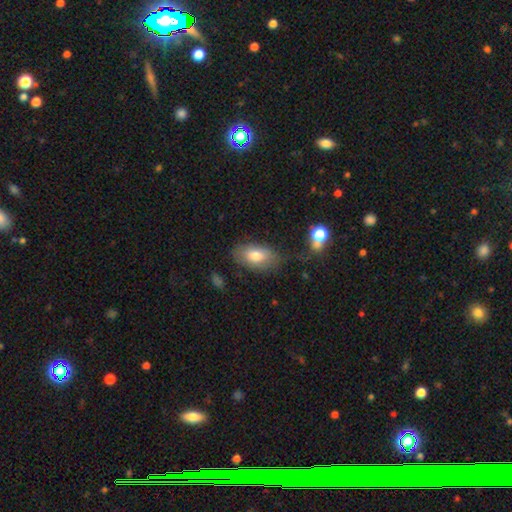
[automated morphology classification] The model was most divided on "merging": none: 70%, minor disturbance: 20%, major disturbance: 6%, merger: 4%. More confident: how rounded — in between (91%); smooth or featured — smooth (78%).